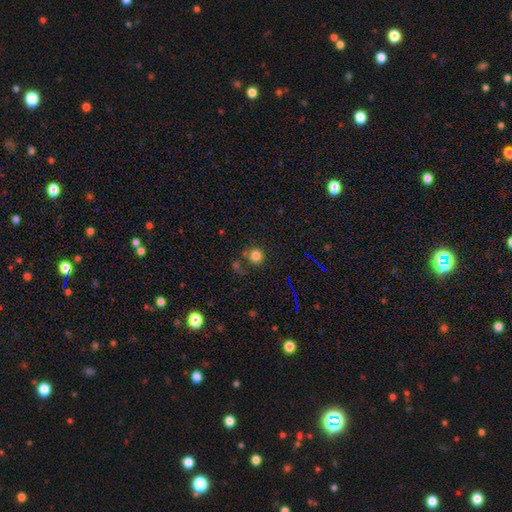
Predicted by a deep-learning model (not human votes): Smooth or featured: smooth — 77% (star or artifact — 16%)
How rounded: round — 90% (in between — 9%)
Merging: none — 69% (merger — 13%)